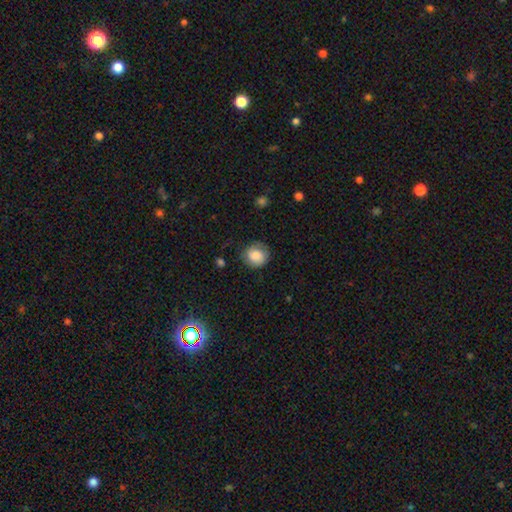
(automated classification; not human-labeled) smooth 78%, featured or disk 14%, star or artifact 8%. Down the decision tree: how rounded — round (82%); merging — none (71%).